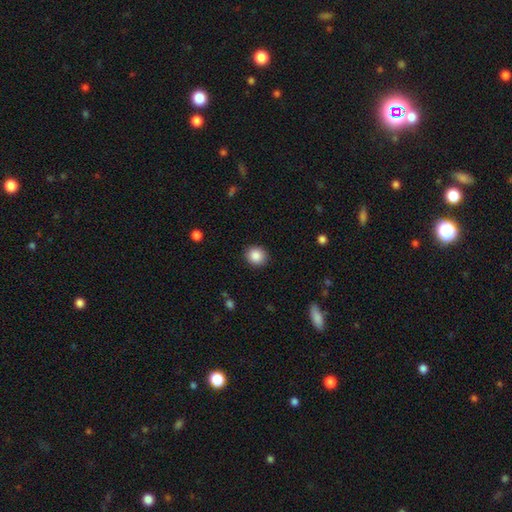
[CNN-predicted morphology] A smooth galaxy with no disk features (88%) that is round (79%). Merging: none (90%).